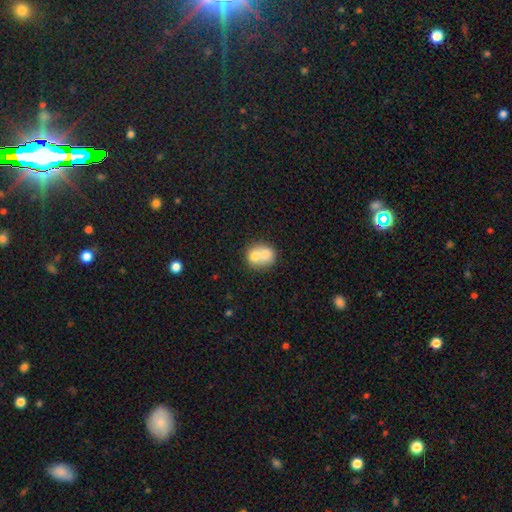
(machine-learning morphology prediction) Smooth or featured: smooth — 70% (featured or disk — 22%)
How rounded: round — 67% (in between — 33%)
Merging: merger — 66% (none — 24%)